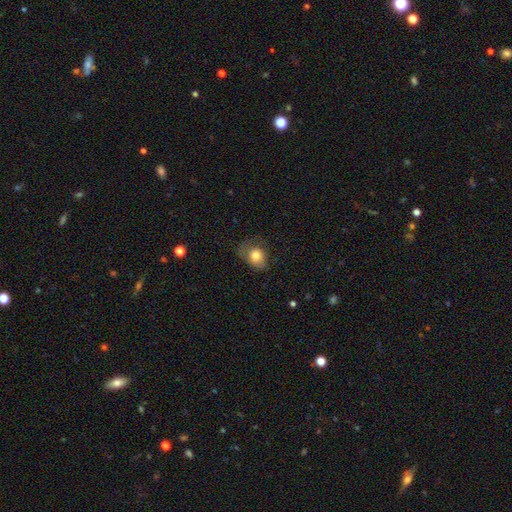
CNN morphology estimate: This is likely a smooth galaxy (75%). How rounded: possibly in between (54%). Merging: marginally none (42%).